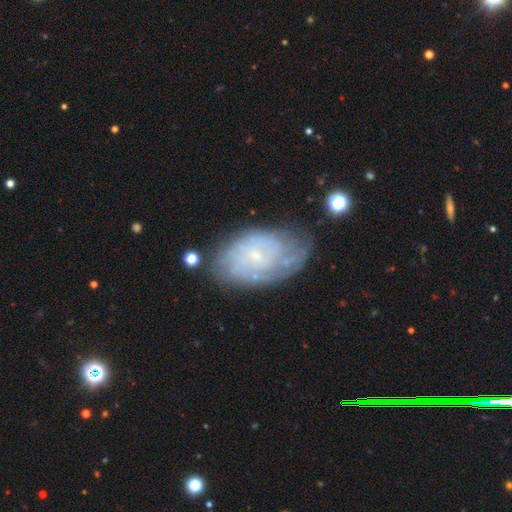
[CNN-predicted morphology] Smooth or featured?
  - featured or disk: 73% *
  - smooth: 20%
  - star or artifact: 8%
Edge-on disk?
  - no: 96% *
  - yes: 4%
Bar?
  - no: 63% *
  - weak: 33%
  - strong: 5%
Spiral arms?
  - yes: 87% *
  - no: 13%
Spiral winding?
  - tight: 62% *
  - medium: 28%
  - loose: 10%
Spiral arm count?
  - can't tell: 54% *
  - 2: 14%
  - 3: 11%
  - 4: 10%
  - more than 4: 5%
  - 1: 5%
Bulge size?
  - small: 79% *
  - moderate: 12%
  - none: 7%
  - large: 1%
  - dominant: 1%
Merging?
  - none: 62% *
  - minor disturbance: 25%
  - major disturbance: 10%
  - merger: 3%